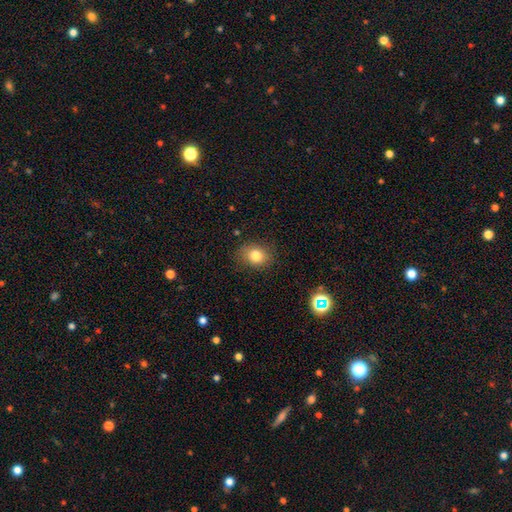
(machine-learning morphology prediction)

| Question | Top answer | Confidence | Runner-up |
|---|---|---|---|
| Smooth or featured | smooth | 80% | star or artifact (12%) |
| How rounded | round | 54% | in between (45%) |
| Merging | none | 83% | minor disturbance (13%) |